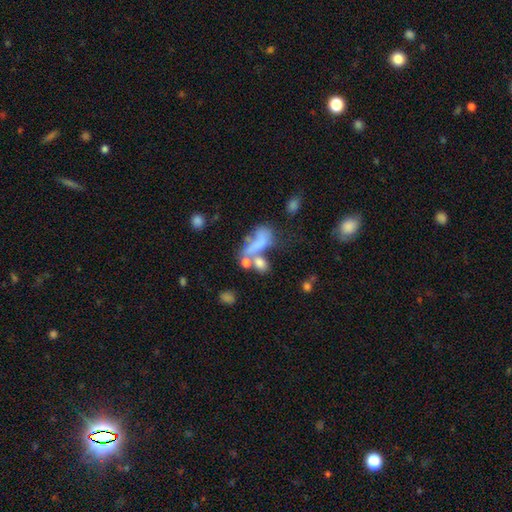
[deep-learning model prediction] smooth_or_featured: smooth (p=0.50) [alt: featured or disk p=0.31]
how_rounded: in between (p=0.61) [alt: cigar-shaped p=0.25]
merging: merger (p=0.38) [alt: none p=0.25]